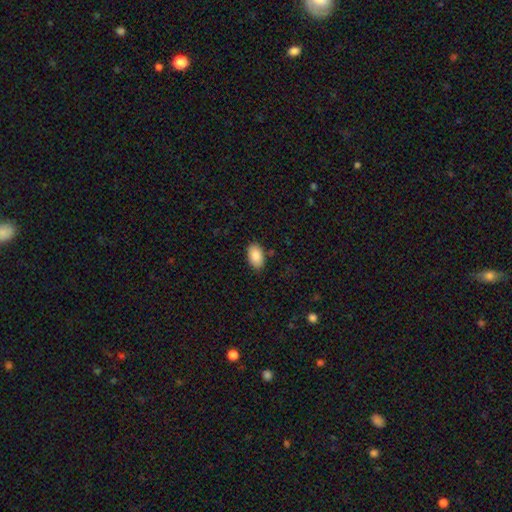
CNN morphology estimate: Overall: smooth (89%). How rounded: in between (93%). Merging: none (84%).